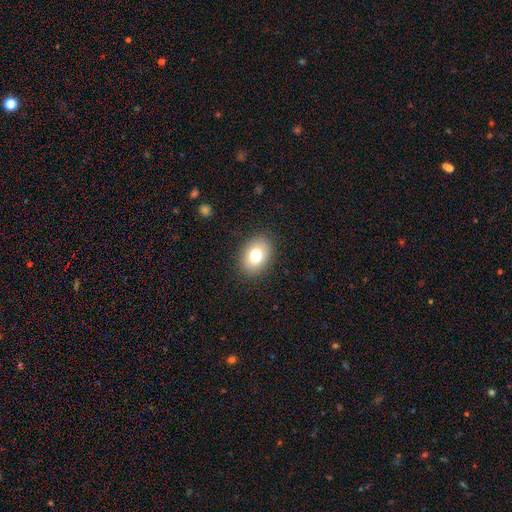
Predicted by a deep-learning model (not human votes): A smooth galaxy with no disk features (76%) that is in between round and cigar-shaped (75%). Merging: none (87%).